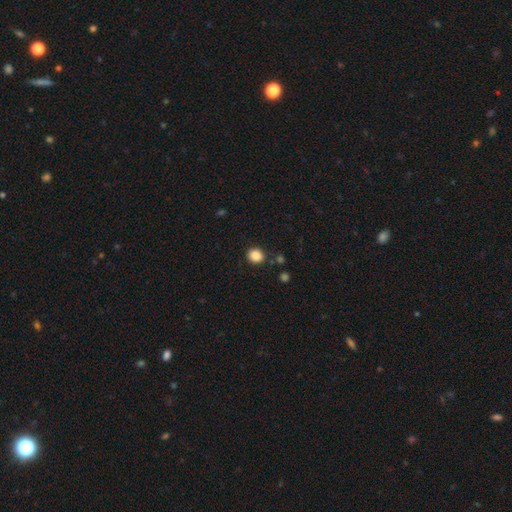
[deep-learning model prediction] smooth 87%, star or artifact 10%, featured or disk 3%. Down the decision tree: how rounded — round (73%); merging — none (85%).